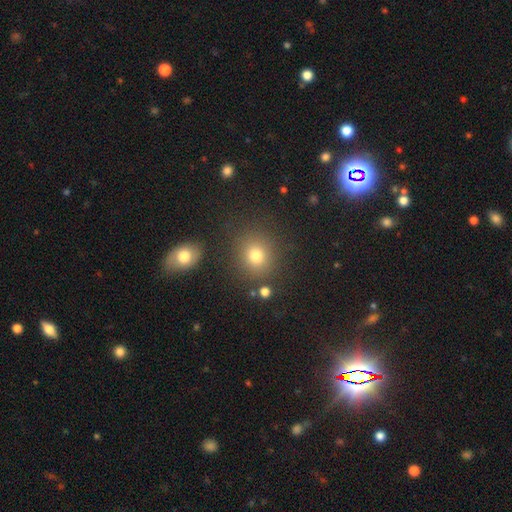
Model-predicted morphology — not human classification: A smooth galaxy with no disk features (77%) that is round (81%). Merging: none (83%).